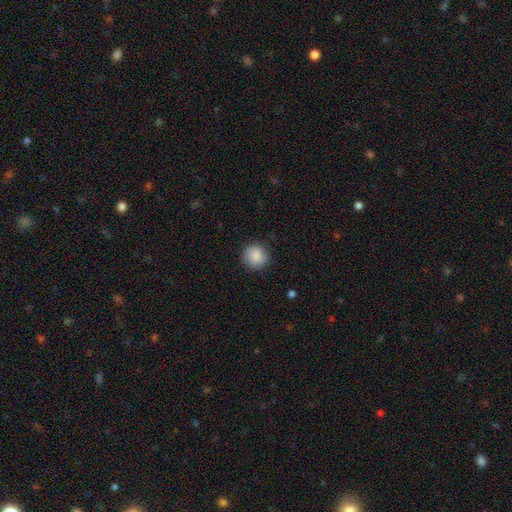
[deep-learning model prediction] smooth_or_featured: smooth (p=0.86) [alt: star or artifact p=0.07]
how_rounded: round (p=0.91) [alt: in between p=0.08]
merging: none (p=0.88) [alt: minor disturbance p=0.09]